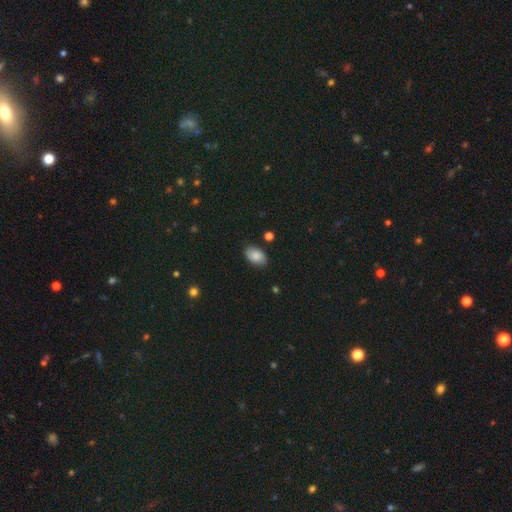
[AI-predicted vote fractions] Smooth or featured?
  - smooth: 83% *
  - featured or disk: 9%
  - star or artifact: 8%
How rounded?
  - in between: 88% *
  - round: 10%
  - cigar-shaped: 1%
Merging?
  - none: 84% *
  - minor disturbance: 12%
  - major disturbance: 3%
  - merger: 2%